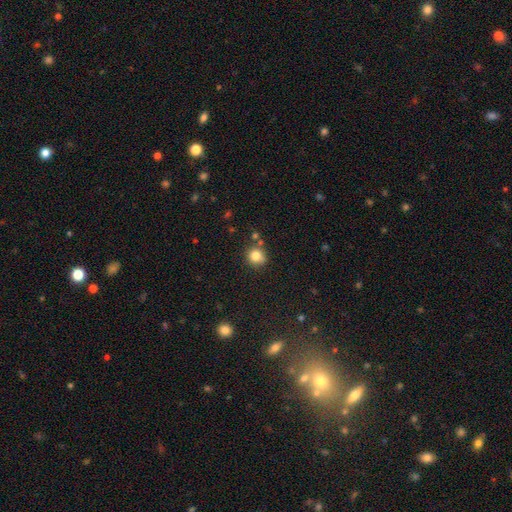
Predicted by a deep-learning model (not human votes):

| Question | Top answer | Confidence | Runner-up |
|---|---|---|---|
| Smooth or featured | smooth | 81% | star or artifact (12%) |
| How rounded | round | 88% | in between (11%) |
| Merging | none | 75% | minor disturbance (12%) |